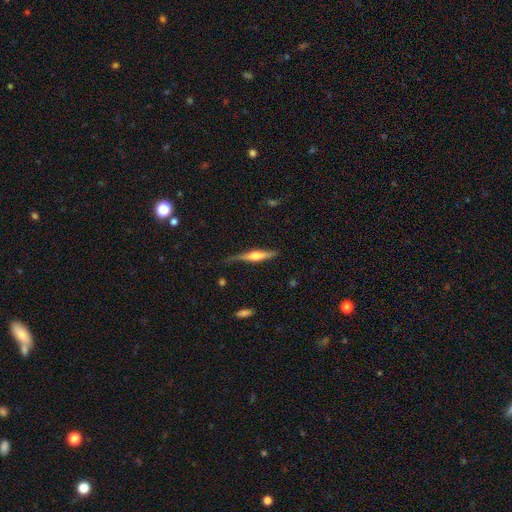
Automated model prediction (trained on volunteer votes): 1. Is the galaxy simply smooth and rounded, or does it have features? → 62% featured or disk, 32% smooth, 6% star or artifact.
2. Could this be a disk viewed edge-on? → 95% yes, 5% no.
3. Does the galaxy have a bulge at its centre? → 82% rounded, 12% boxy, 5% none.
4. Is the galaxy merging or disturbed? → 66% none, 25% minor disturbance, 7% major disturbance, 2% merger.